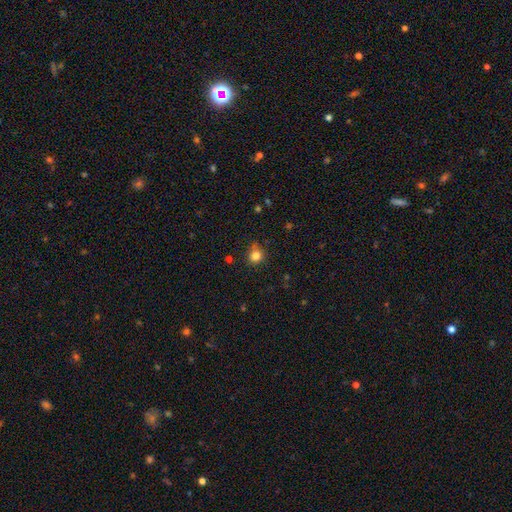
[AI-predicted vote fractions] smooth_or_featured: smooth (p=0.82) [alt: star or artifact p=0.12]
how_rounded: round (p=0.85) [alt: in between p=0.14]
merging: none (p=0.73) [alt: minor disturbance p=0.19]